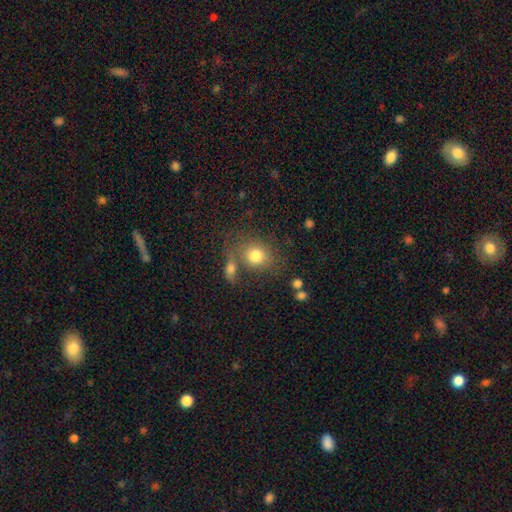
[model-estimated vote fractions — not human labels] Smooth or featured?
  - smooth: 79% *
  - featured or disk: 11%
  - star or artifact: 10%
How rounded?
  - round: 67% *
  - in between: 32%
  - cigar-shaped: 1%
Merging?
  - none: 59% *
  - merger: 20%
  - minor disturbance: 14%
  - major disturbance: 7%